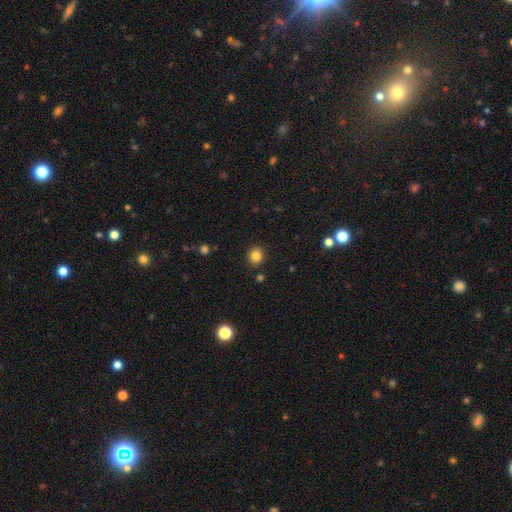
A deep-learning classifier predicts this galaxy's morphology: Q: Smooth or featured?
A: smooth (83%); runner-up: star or artifact (12%)
Q: How rounded?
A: round (80%); runner-up: in between (19%)
Q: Merging?
A: none (87%); runner-up: minor disturbance (8%)